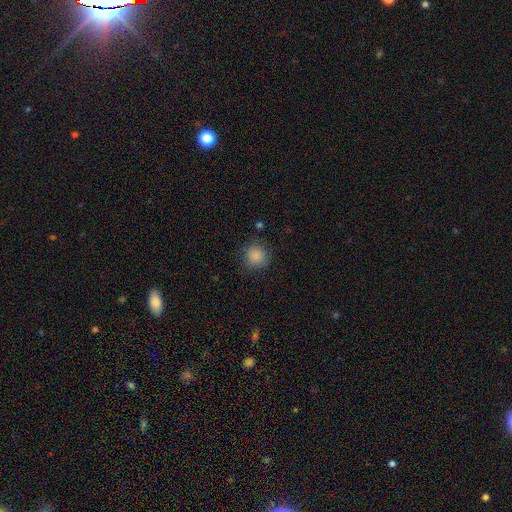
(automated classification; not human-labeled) Overall: smooth (87%). How rounded: round (91%). Merging: none (82%).